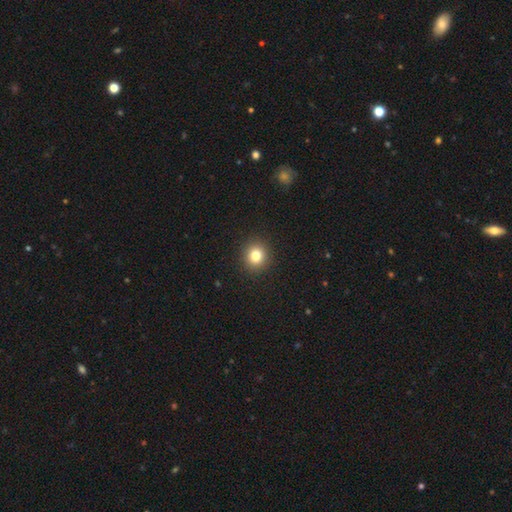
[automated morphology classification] The model was most divided on "smooth or featured": smooth: 81%, star or artifact: 12%, featured or disk: 7%. More confident: merging — none (92%); how rounded — round (85%).